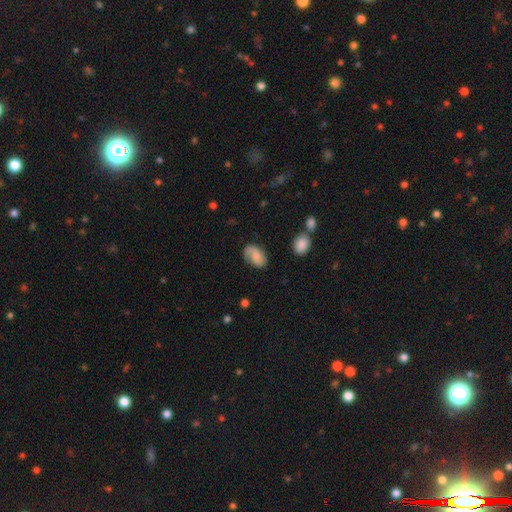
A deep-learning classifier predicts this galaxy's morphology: Q: Smooth or featured?
A: smooth (54%); runner-up: featured or disk (38%)
Q: How rounded?
A: in between (86%); runner-up: round (12%)
Q: Merging?
A: none (63%); runner-up: minor disturbance (24%)